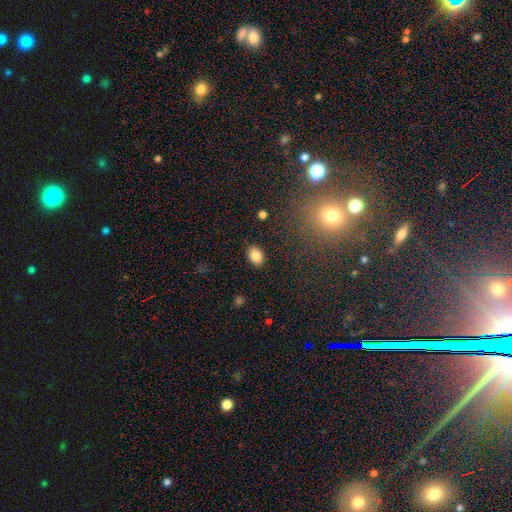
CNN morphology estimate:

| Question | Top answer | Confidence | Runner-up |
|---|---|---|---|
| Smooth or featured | smooth | 83% | star or artifact (10%) |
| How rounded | in between | 77% | round (22%) |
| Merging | none | 87% | minor disturbance (9%) |